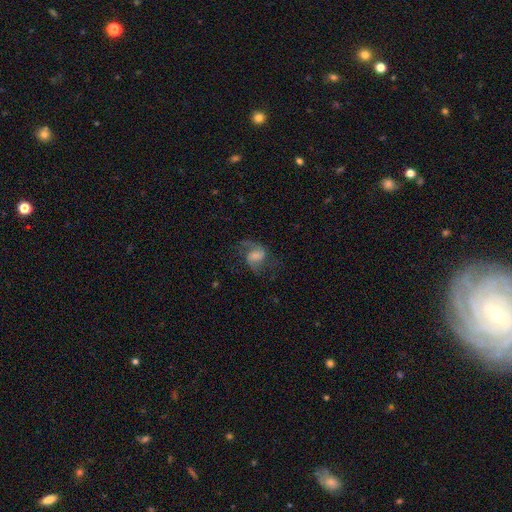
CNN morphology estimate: This appears to be a featured or disk galaxy (70%) with a weak bar (48%), 2 (84%) loose (50%) spiral arms (92%) and no central bulge (29%). Merging: none (57%).